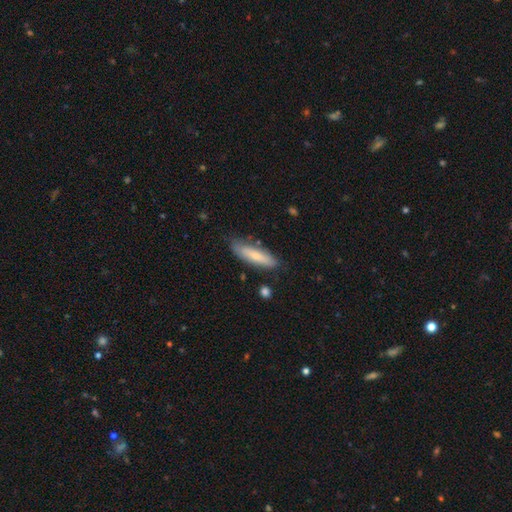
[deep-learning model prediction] smooth_or_featured: smooth (p=0.68) [alt: featured or disk p=0.26]
how_rounded: cigar-shaped (p=0.60) [alt: in between p=0.38]
merging: none (p=0.74) [alt: minor disturbance p=0.19]